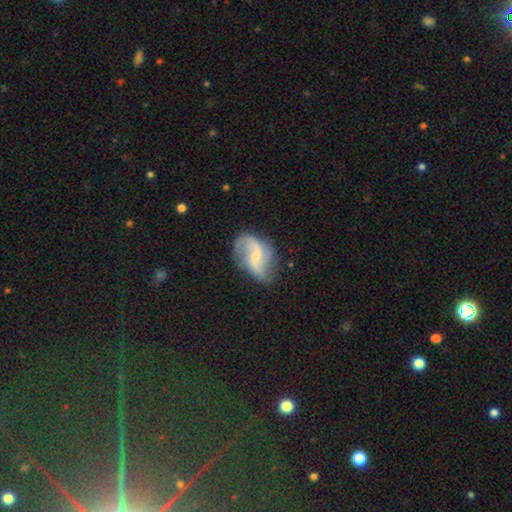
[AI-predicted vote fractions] smooth-or-featured: featured or disk: 80% | smooth: 14% | star or artifact: 6%
  disk-edge-on: no: 97% | yes: 3%
    bar: weak: 46% | no: 41% | strong: 13%
    has-spiral-arms: yes: 94% | no: 6%
      spiral-winding: loose: 56% | medium: 34% | tight: 10%
      spiral-arm-count: 2: 75% | can't tell: 8% | 3: 8% | 1: 4% | 4: 2% | more than 4: 2%
    bulge-size: small: 66% | moderate: 23% | none: 8% | large: 2% | dominant: 1%
  merging: none: 62% | minor disturbance: 23% | major disturbance: 13% | merger: 2%